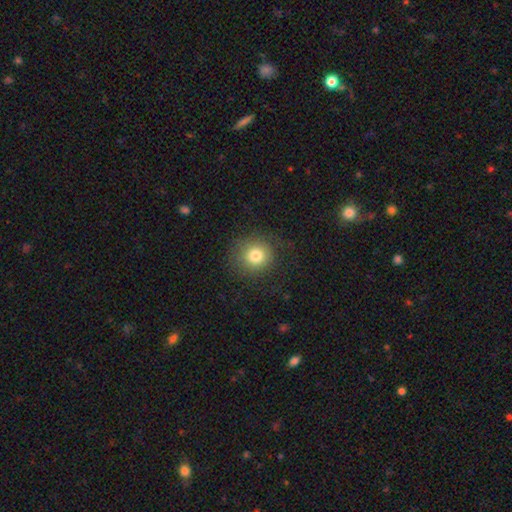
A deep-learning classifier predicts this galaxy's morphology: Smooth or featured? smooth (79%)
How rounded? round (91%)
Merging? none (82%)